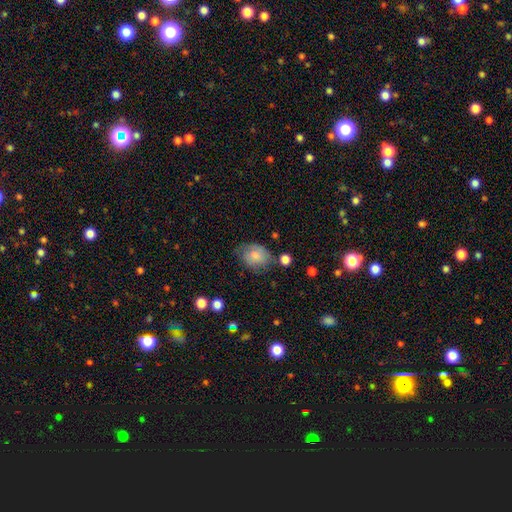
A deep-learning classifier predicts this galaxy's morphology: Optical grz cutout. It shows a smooth galaxy with no disk features (73%) that is in between round and cigar-shaped (66%). Merging: none (58%).